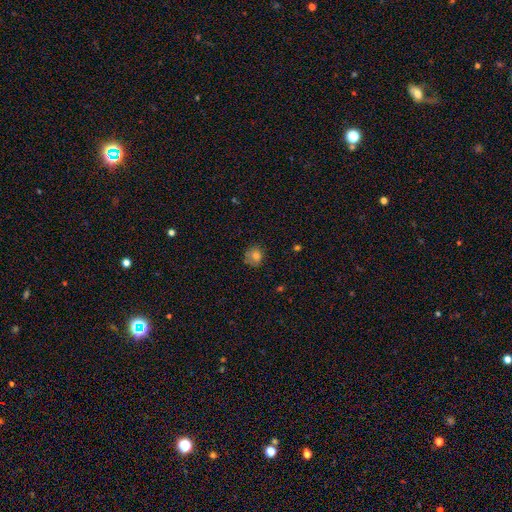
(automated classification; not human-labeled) Overall: smooth (76%). How rounded: round (81%). Merging: none (68%).